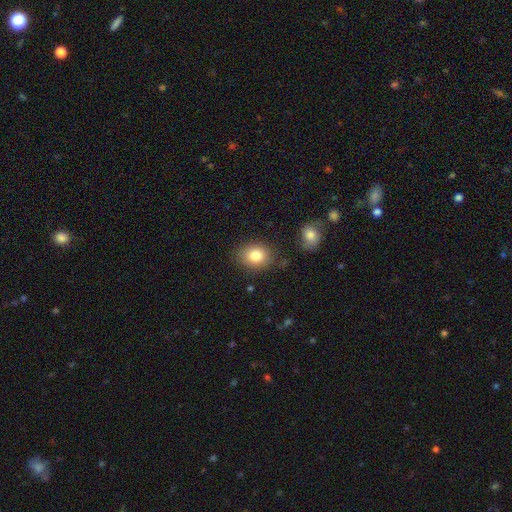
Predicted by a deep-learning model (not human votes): A smooth galaxy with no disk features (83%) that is in between round and cigar-shaped (50%). Merging: none (81%).